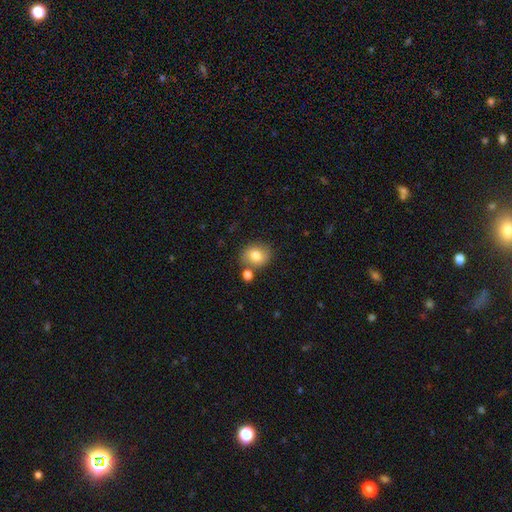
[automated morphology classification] type=smooth (77%); roundness=round (62%); merging=none (73%).